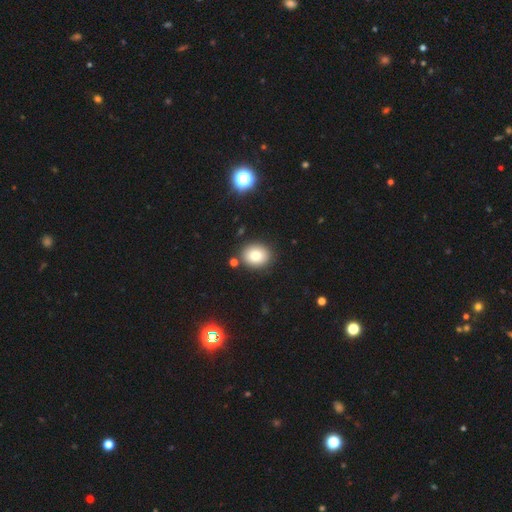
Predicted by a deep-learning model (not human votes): Overall: smooth (80%). How rounded: round (63%; in between 36%). Merging: none (86%).